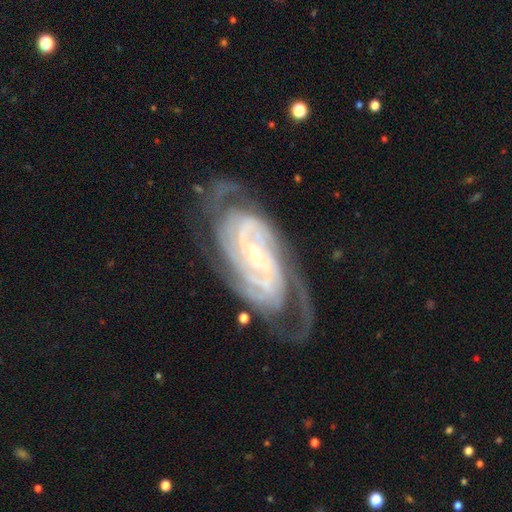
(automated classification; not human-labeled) Smooth or featured: featured or disk — 91% (star or artifact — 5%)
Edge-on disk: no — 95% (yes — 5%)
Bar: no — 50% (weak — 30%)
Spiral arms: yes — 98% (no — 2%)
Spiral winding: tight — 72% (medium — 24%)
Spiral arm count: 3 — 24% (2 — 22%)
Bulge size: small — 78% (moderate — 19%)
Merging: none — 68% (minor disturbance — 20%)